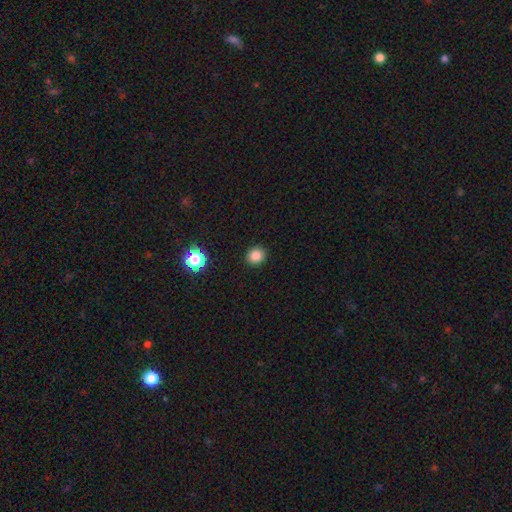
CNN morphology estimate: smooth 84%, star or artifact 13%, featured or disk 4%. Down the decision tree: how rounded — round (84%); merging — none (91%).